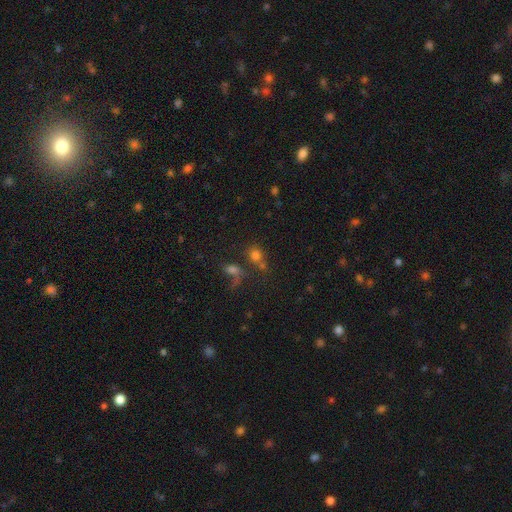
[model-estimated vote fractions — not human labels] Q: Smooth or featured?
A: smooth (69%); runner-up: star or artifact (20%)
Q: How rounded?
A: round (71%); runner-up: in between (27%)
Q: Merging?
A: none (50%); runner-up: merger (32%)